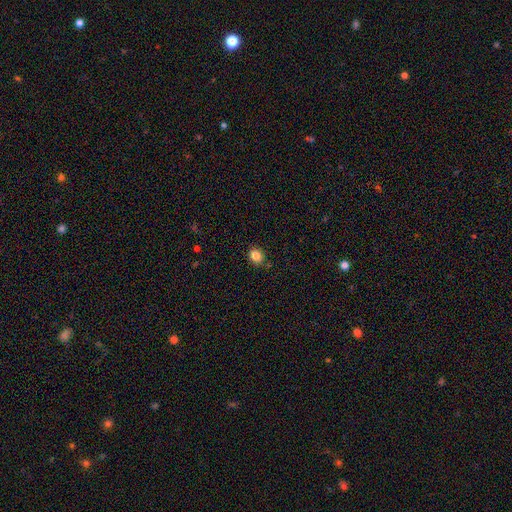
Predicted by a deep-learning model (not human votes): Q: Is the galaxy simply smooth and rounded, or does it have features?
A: smooth — 86%.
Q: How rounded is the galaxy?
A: round — 51%.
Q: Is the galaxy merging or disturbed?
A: none — 83%.